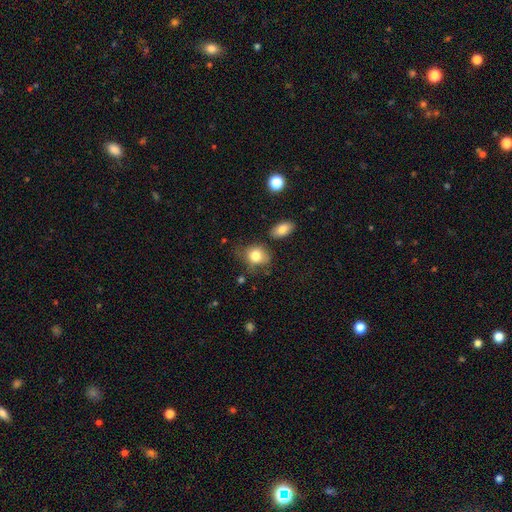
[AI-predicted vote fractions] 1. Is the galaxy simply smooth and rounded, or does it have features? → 81% smooth, 10% featured or disk, 8% star or artifact.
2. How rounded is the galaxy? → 51% round, 48% in between, 1% cigar-shaped.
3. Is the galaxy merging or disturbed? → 52% none, 29% minor disturbance, 12% major disturbance, 7% merger.